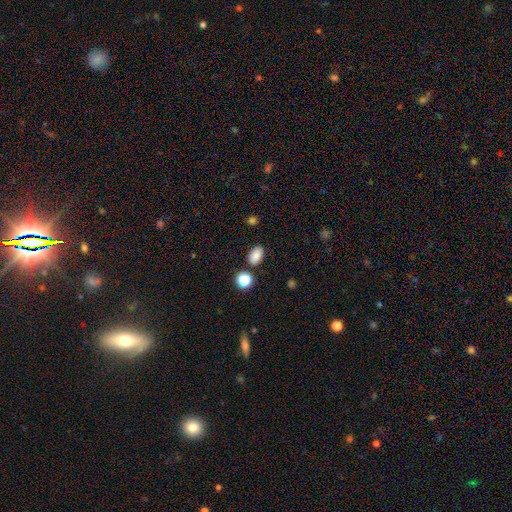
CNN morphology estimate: Q: Smooth or featured?
A: smooth (85%); runner-up: star or artifact (11%)
Q: How rounded?
A: in between (85%); runner-up: round (13%)
Q: Merging?
A: none (82%); runner-up: minor disturbance (11%)